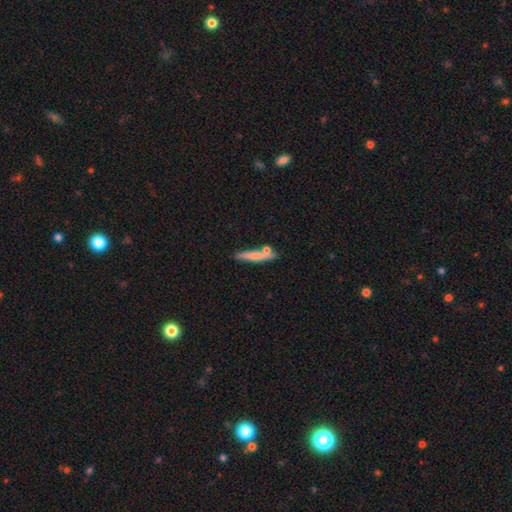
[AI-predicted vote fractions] This appears to be a smooth galaxy with no disk features (67%) that is cigar-shaped (89%). Merging: none (68%).